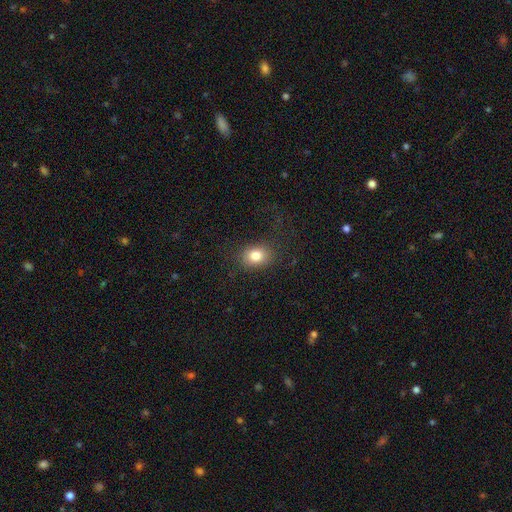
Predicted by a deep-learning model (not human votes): This is clearly a smooth galaxy (82%). How rounded: possibly in between (60%). Merging: clearly none (81%).